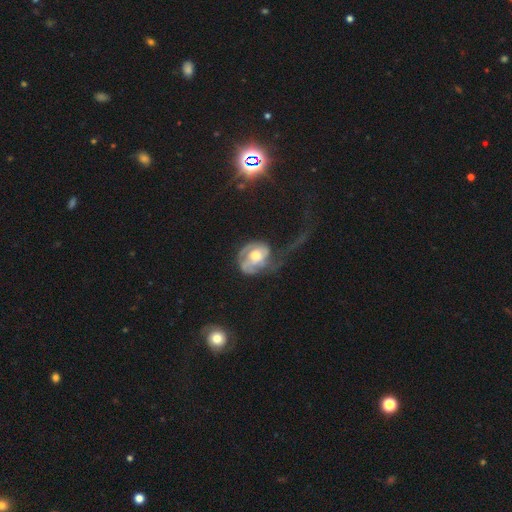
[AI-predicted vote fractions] Overall: featured or disk (74%). Edge-on disk: no (97%). Bar: no (70%). Spiral arms: yes (83%). Spiral arm count: 2 (35%; 1 33%). Spiral winding: tight (37%; medium 33%). Bulge size: moderate (67%). Merging: major disturbance (57%; none 23%).